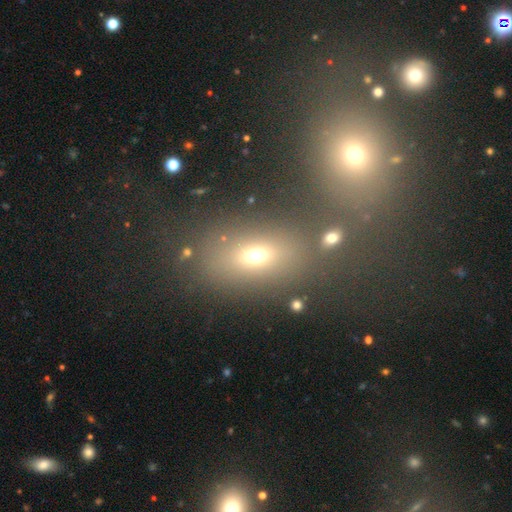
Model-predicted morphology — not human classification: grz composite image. It shows a smooth galaxy with no disk features (64%) that is in between round and cigar-shaped (73%). Merging: none (68%).